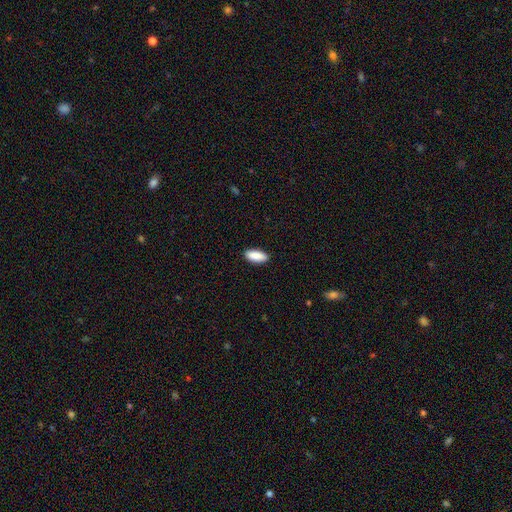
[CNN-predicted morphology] smooth_or_featured: smooth (p=0.89) [alt: star or artifact p=0.06]
how_rounded: in between (p=0.84) [alt: cigar-shaped p=0.14]
merging: none (p=0.89) [alt: minor disturbance p=0.08]